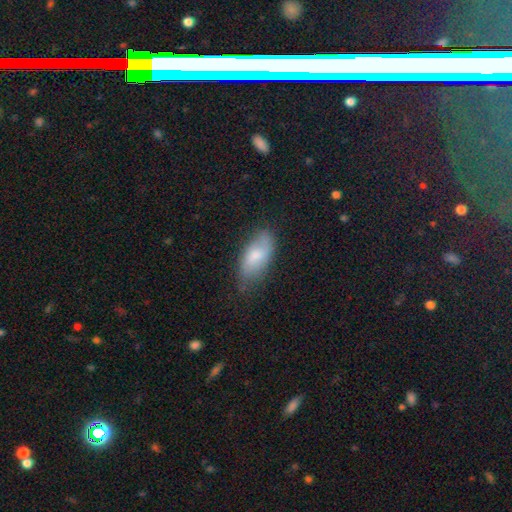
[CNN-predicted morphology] smooth-or-featured: smooth: 70% | featured or disk: 24% | star or artifact: 6%
  how-rounded: in between: 89% | cigar-shaped: 9% | round: 3%
  merging: none: 65% | minor disturbance: 27% | major disturbance: 6% | merger: 2%